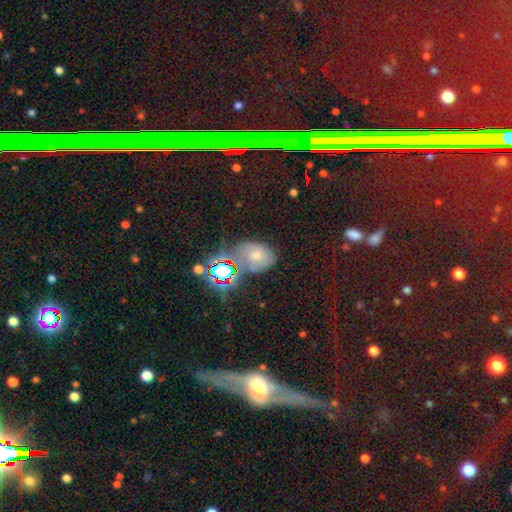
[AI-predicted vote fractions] A smooth galaxy with no disk features (46%). Merging: none (50%).